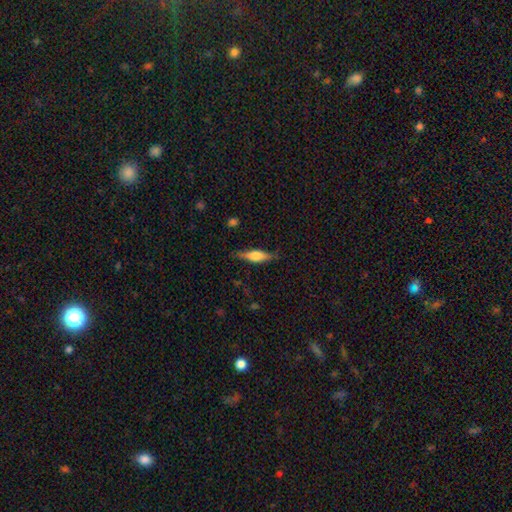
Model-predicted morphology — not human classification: smooth 53%, featured or disk 41%, star or artifact 6%. Down the decision tree: how rounded — cigar-shaped (61%); merging — none (80%).